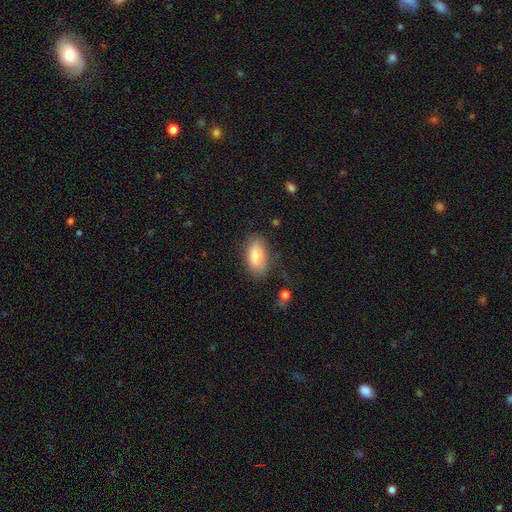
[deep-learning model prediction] Smooth or featured: smooth — 83% (featured or disk — 10%)
How rounded: in between — 90% (cigar-shaped — 7%)
Merging: none — 78% (minor disturbance — 16%)